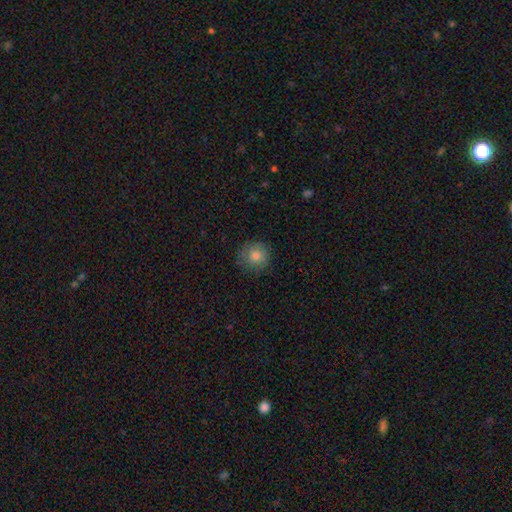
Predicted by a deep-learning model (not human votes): A smooth galaxy with no disk features (80%) that is round (93%).

Vote fractions:
- Smooth or featured? smooth: 80% / star or artifact: 11% / featured or disk: 9%
- How rounded? round: 93% / in between: 6% / cigar-shaped: 1%
- Merging? none: 85% / minor disturbance: 11% / major disturbance: 3% / merger: 1%